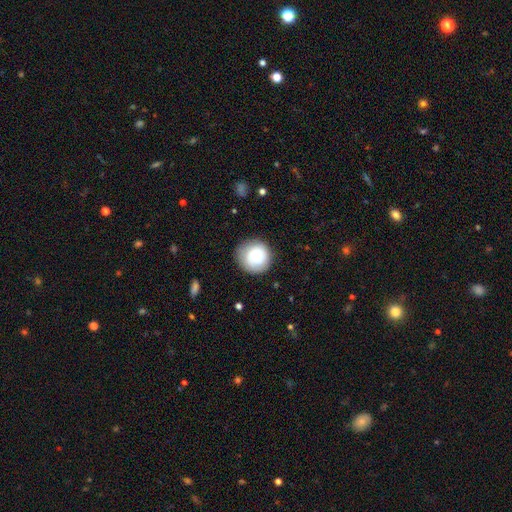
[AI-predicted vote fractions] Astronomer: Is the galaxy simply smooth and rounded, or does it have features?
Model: smooth — 67%.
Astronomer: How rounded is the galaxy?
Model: round — 93%.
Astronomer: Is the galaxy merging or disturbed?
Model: none — 82%.